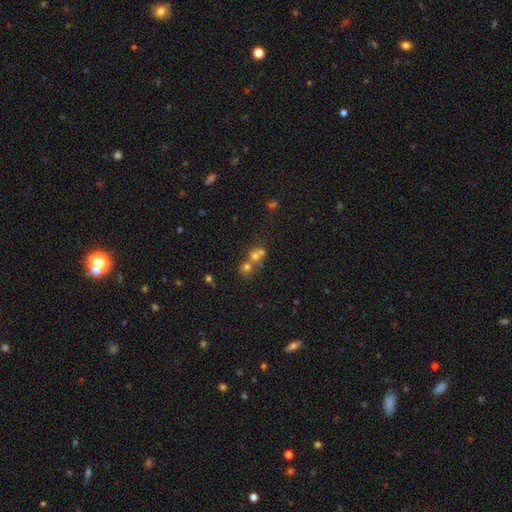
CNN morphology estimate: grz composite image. It shows a smooth galaxy with no disk features (57%) that is round (82%). Merging: merger (57%).